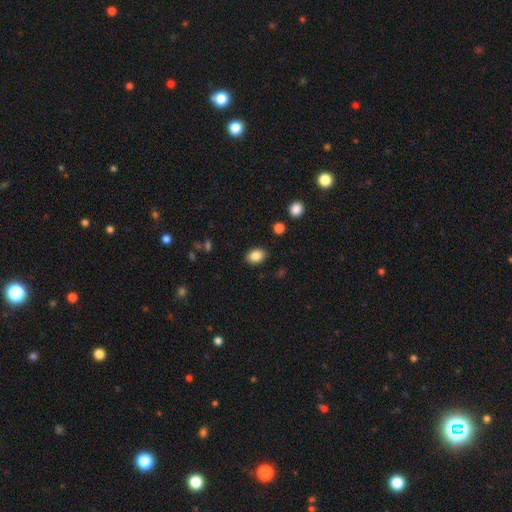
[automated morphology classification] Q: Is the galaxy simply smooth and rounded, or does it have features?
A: smooth — 85%.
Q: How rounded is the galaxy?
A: in between — 70%.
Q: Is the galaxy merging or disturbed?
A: none — 87%.